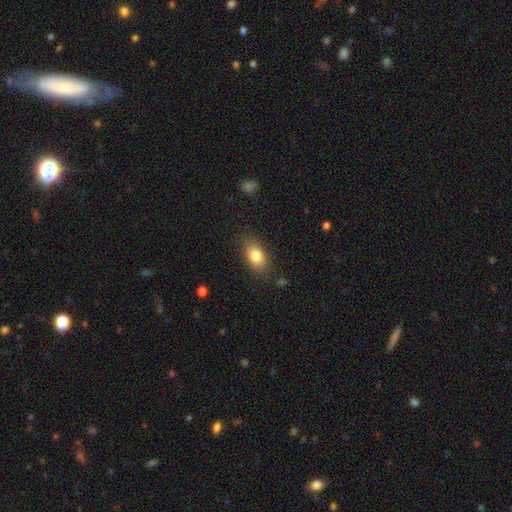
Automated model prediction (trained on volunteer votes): smooth_or_featured: smooth (p=0.82) [alt: featured or disk p=0.10]
how_rounded: in between (p=0.87) [alt: round p=0.09]
merging: none (p=0.83) [alt: minor disturbance p=0.12]